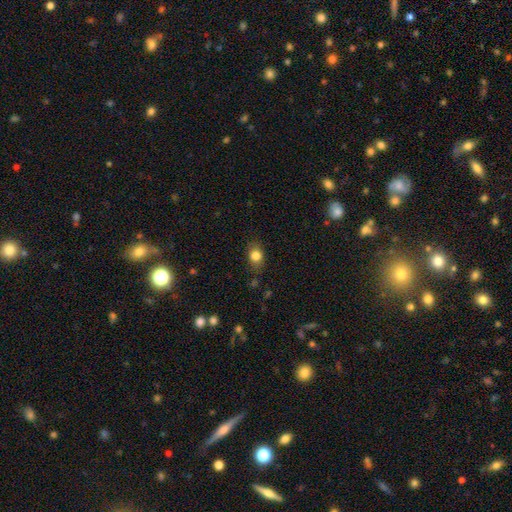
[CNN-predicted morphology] Smooth or featured? smooth (81%)
How rounded? in between (61%)
Merging? none (79%)